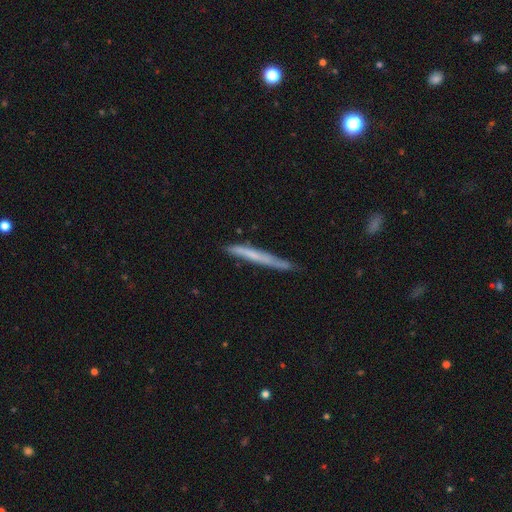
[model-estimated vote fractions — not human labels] A smooth galaxy with no disk features (54%) that is cigar-shaped (97%).

Vote fractions:
- Smooth or featured? smooth: 54% / featured or disk: 40% / star or artifact: 6%
- How rounded? cigar-shaped: 97% / in between: 2% / round: 1%
- Merging? none: 73% / minor disturbance: 21% / major disturbance: 4% / merger: 2%